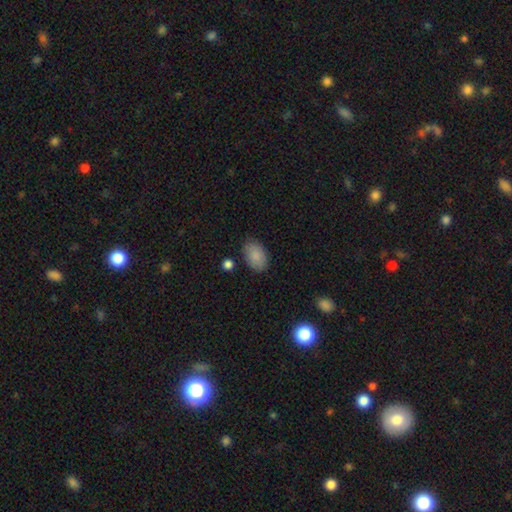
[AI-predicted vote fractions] smooth-or-featured: smooth: 87% | star or artifact: 7% | featured or disk: 6%
  how-rounded: in between: 90% | round: 9% | cigar-shaped: 1%
  merging: none: 81% | minor disturbance: 13% | major disturbance: 3% | merger: 3%